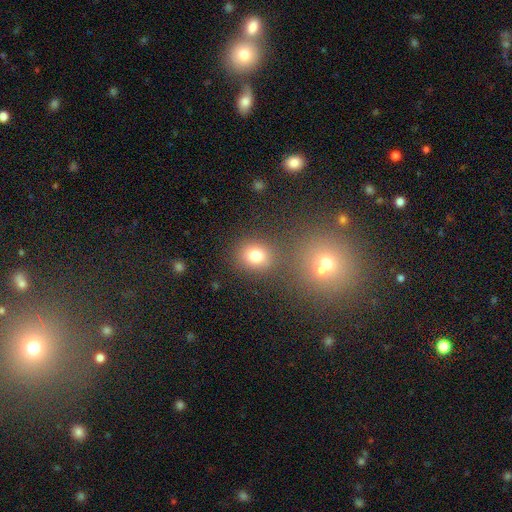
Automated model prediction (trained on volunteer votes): Smooth or featured? smooth (77%)
How rounded? round (71%)
Merging? none (76%)